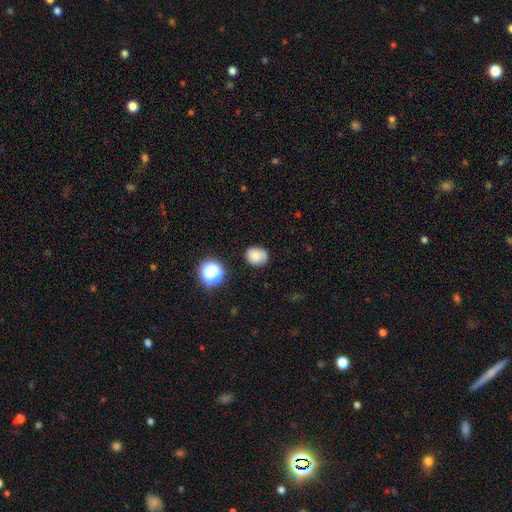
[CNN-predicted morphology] Q: Smooth or featured?
A: smooth (80%); runner-up: star or artifact (12%)
Q: How rounded?
A: round (58%); runner-up: in between (41%)
Q: Merging?
A: none (76%); runner-up: minor disturbance (18%)